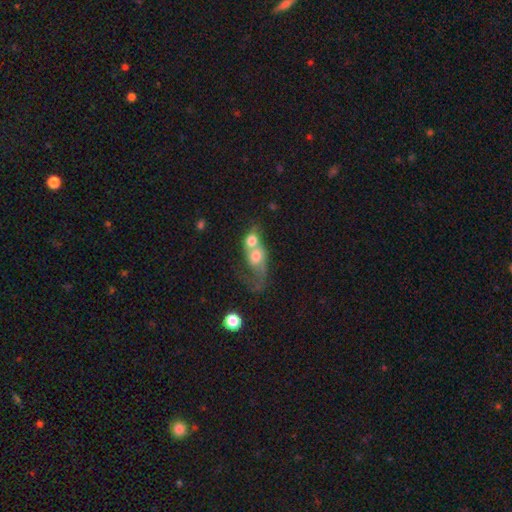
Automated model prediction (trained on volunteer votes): smooth_or_featured: smooth (p=0.54) [alt: featured or disk p=0.37]
how_rounded: in between (p=0.51) [alt: round p=0.45]
merging: merger (p=0.78) [alt: major disturbance p=0.09]